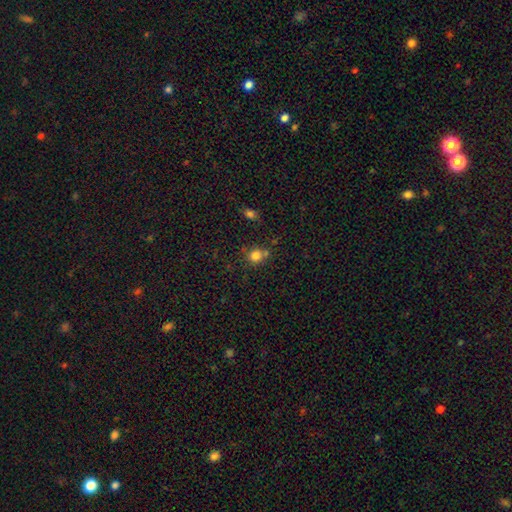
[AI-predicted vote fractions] smooth 80%, star or artifact 13%, featured or disk 7%. Down the decision tree: how rounded — round (82%); merging — none (61%).